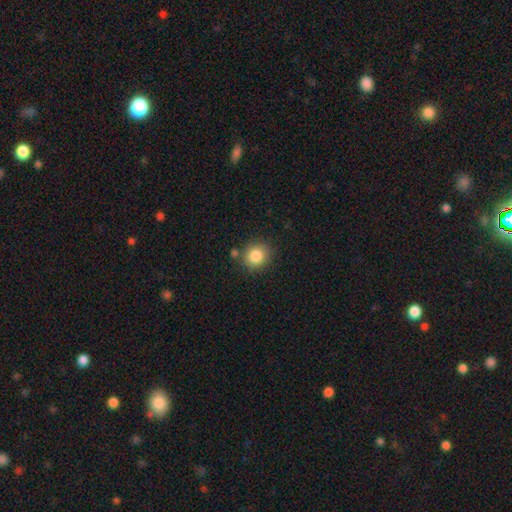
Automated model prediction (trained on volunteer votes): smooth 84%, star or artifact 10%, featured or disk 6%. Down the decision tree: how rounded — round (82%); merging — none (81%).